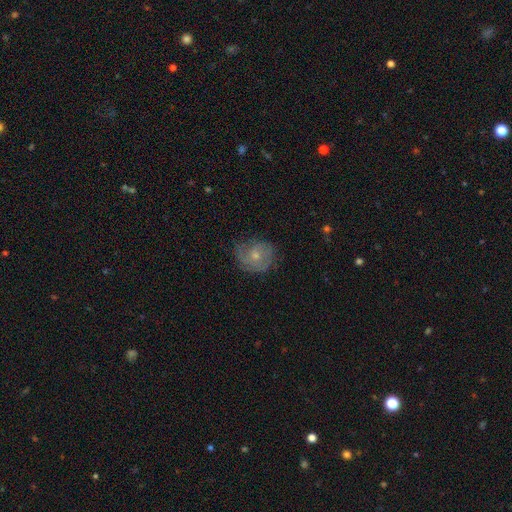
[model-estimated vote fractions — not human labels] Smooth or featured? Predicted: featured or disk (p=0.57). Edge-on disk? Predicted: no (p=0.97). Bar? Predicted: no (p=0.80). Spiral arms? Predicted: yes (p=0.80). Bulge size? Predicted: small (p=0.52). Merging? Predicted: none (p=0.64).